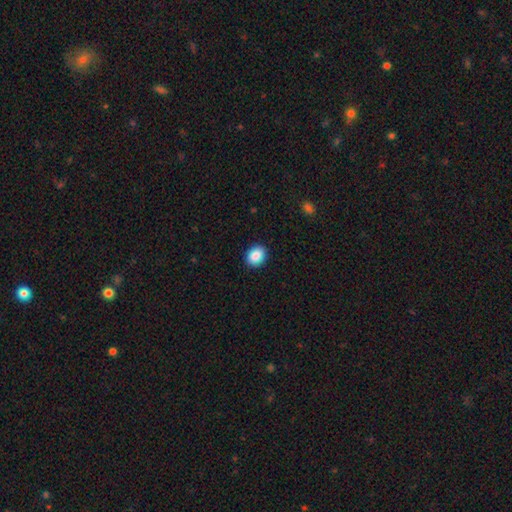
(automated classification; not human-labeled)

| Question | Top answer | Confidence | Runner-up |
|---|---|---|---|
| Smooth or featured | smooth | 88% | star or artifact (8%) |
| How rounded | in between | 52% | round (47%) |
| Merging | none | 91% | minor disturbance (6%) |